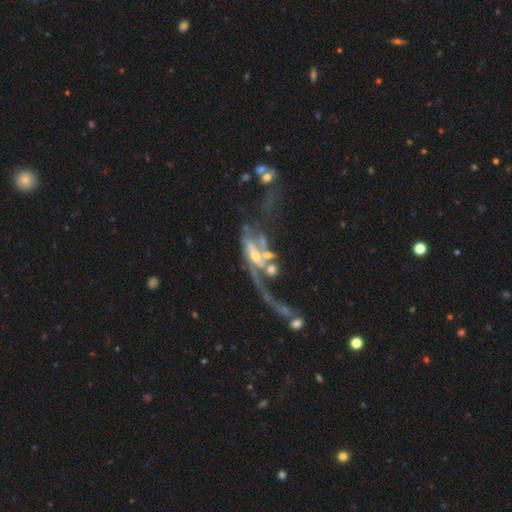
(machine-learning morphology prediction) featured or disk 74%, smooth 16%, star or artifact 10%. Down the decision tree: edge-on disk — no (84%); bar — no (57%); spiral arms — yes (61%); bulge size — moderate (43%); merging — merger (39%).